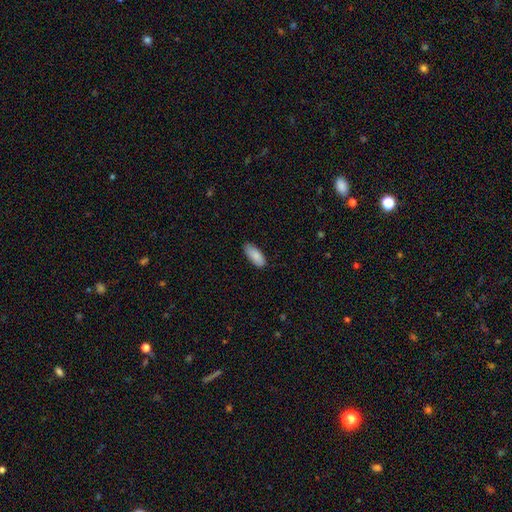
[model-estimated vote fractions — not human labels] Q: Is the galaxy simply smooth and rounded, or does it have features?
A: smooth — 88%.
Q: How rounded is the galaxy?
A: in between — 84%.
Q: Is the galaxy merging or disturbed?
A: none — 80%.